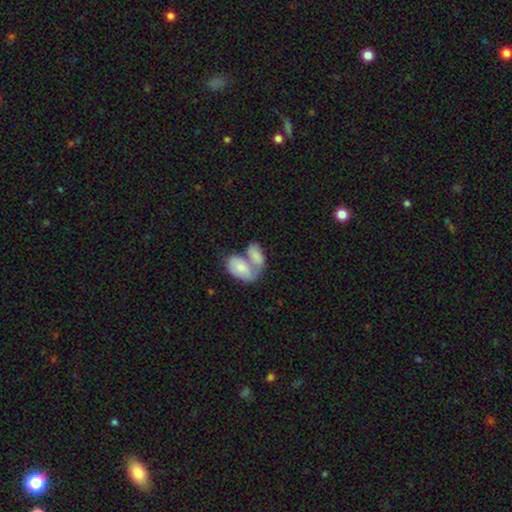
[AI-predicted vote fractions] Q: Smooth or featured?
A: smooth (76%); runner-up: featured or disk (18%)
Q: How rounded?
A: in between (92%); runner-up: round (5%)
Q: Merging?
A: merger (72%); runner-up: none (16%)